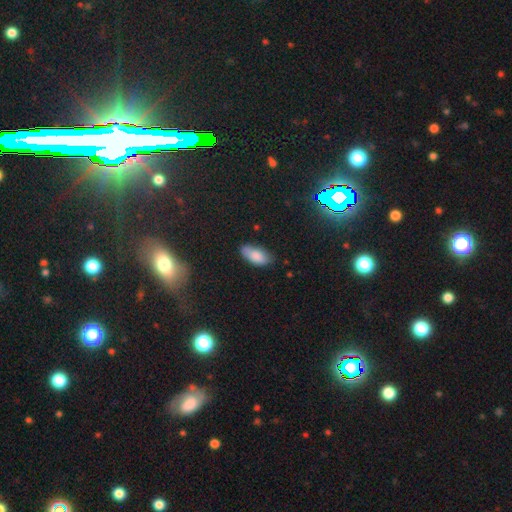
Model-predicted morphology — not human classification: Smooth or featured? smooth (84%)
How rounded? in between (91%)
Merging? none (72%)